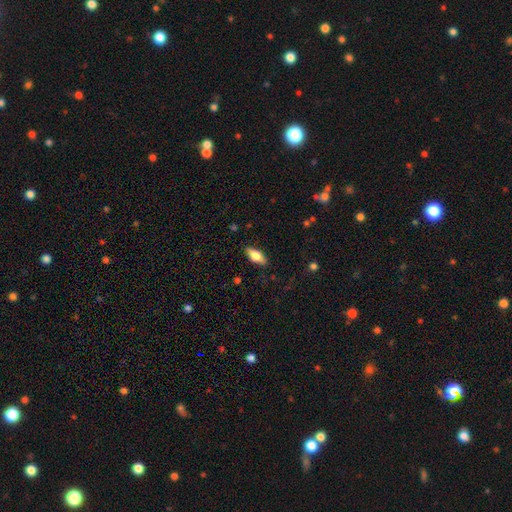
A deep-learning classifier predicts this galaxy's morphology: This is likely a smooth galaxy (69%). How rounded: likely in between (79%). Merging: clearly none (86%).